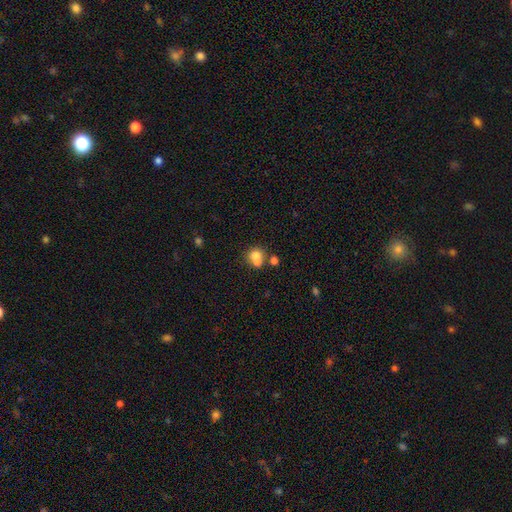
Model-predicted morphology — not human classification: Smooth or featured?
  - smooth: 71% *
  - featured or disk: 17%
  - star or artifact: 13%
How rounded?
  - round: 78% *
  - in between: 21%
  - cigar-shaped: 1%
Merging?
  - merger: 51% *
  - none: 38%
  - minor disturbance: 7%
  - major disturbance: 3%